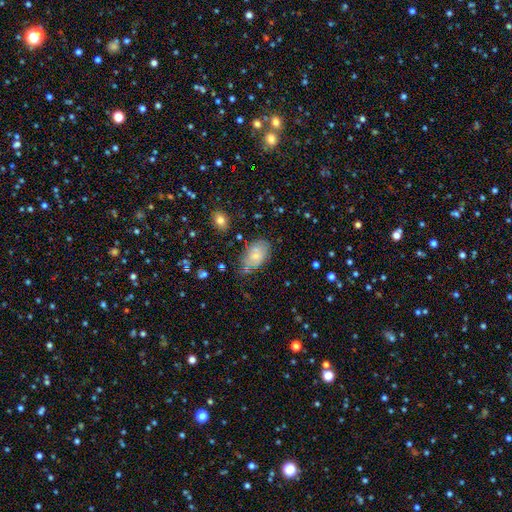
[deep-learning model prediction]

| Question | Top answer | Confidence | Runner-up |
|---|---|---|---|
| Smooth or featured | smooth | 61% | featured or disk (29%) |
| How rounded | in between | 90% | round (8%) |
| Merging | none | 61% | minor disturbance (26%) |